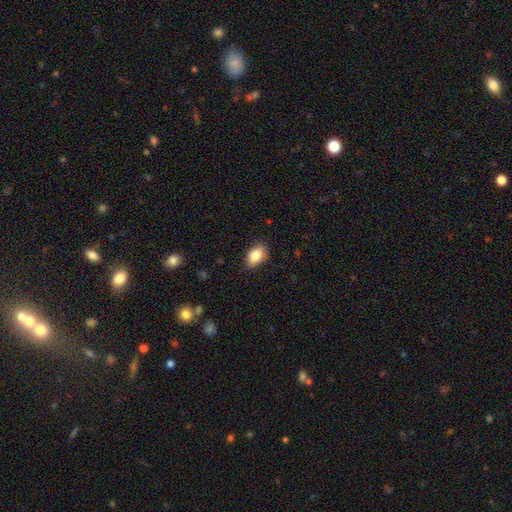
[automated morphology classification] Smooth or featured?
  - smooth: 85% *
  - featured or disk: 7%
  - star or artifact: 7%
How rounded?
  - in between: 89% *
  - round: 9%
  - cigar-shaped: 2%
Merging?
  - none: 82% *
  - minor disturbance: 15%
  - major disturbance: 3%
  - merger: 1%